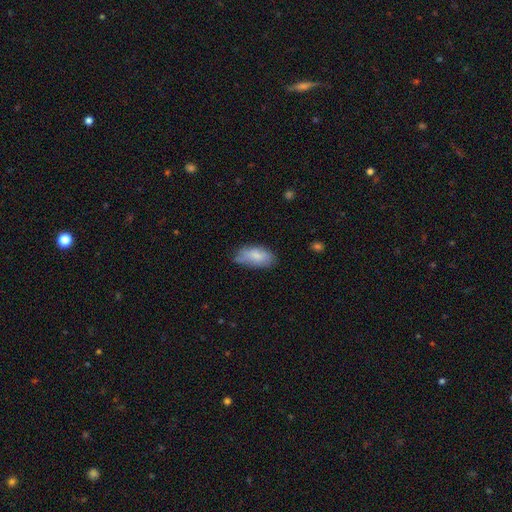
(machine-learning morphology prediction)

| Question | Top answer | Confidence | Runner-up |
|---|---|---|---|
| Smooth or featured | smooth | 79% | featured or disk (14%) |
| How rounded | in between | 92% | cigar-shaped (5%) |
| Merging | none | 57% | minor disturbance (33%) |